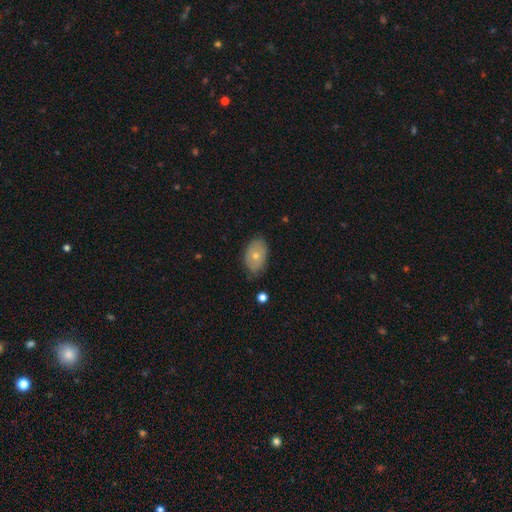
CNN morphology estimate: Overall: smooth (62%; featured or disk 31%). How rounded: in between (86%). Merging: none (74%).